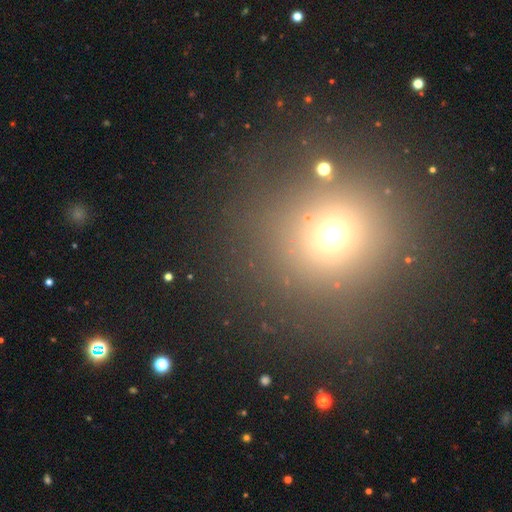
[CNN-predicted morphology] Smooth or featured? smooth (55%)
How rounded? round (93%)
Merging? none (84%)